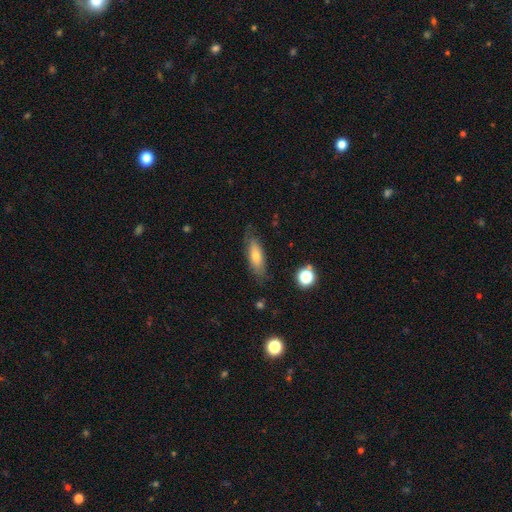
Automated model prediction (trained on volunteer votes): Smooth or featured?
  - smooth: 57% *
  - featured or disk: 34%
  - star or artifact: 8%
How rounded?
  - in between: 55% *
  - cigar-shaped: 42%
  - round: 3%
Merging?
  - none: 76% *
  - minor disturbance: 17%
  - major disturbance: 5%
  - merger: 2%